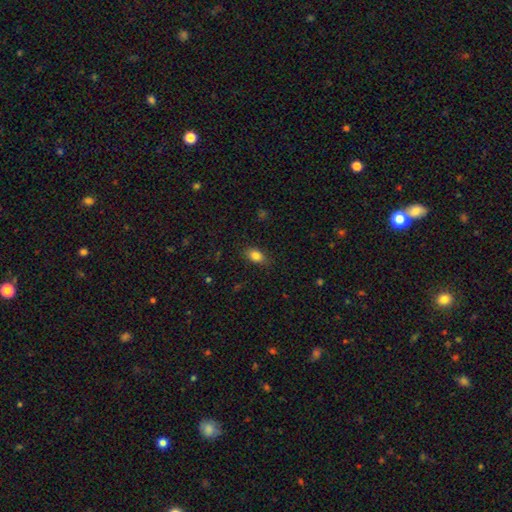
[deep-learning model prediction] This is clearly a smooth galaxy (84%). How rounded: clearly in between (84%). Merging: clearly none (83%).